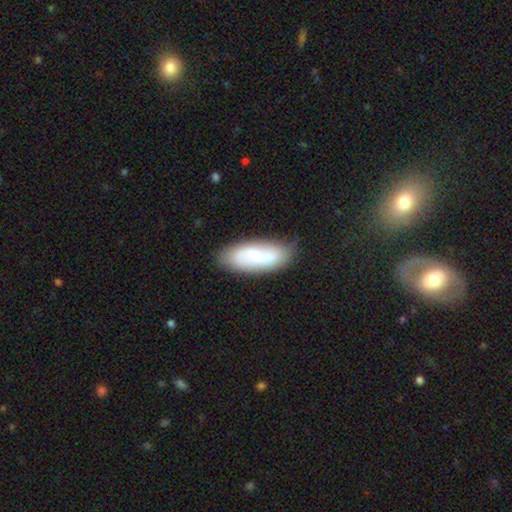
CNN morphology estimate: The model was most divided on "smooth or featured": smooth: 53%, featured or disk: 40%, star or artifact: 8%. More confident: how rounded — in between (80%); merging — none (77%).